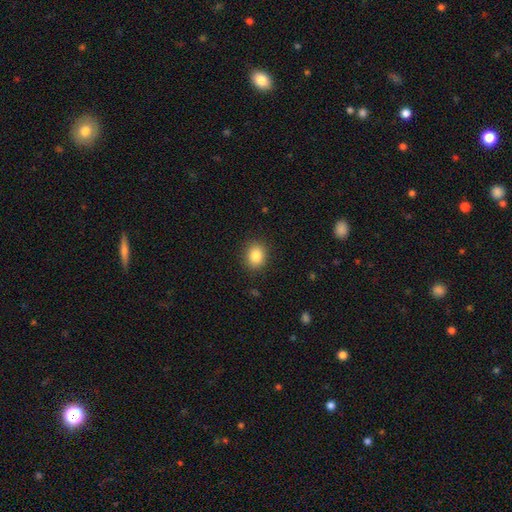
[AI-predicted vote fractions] smooth_or_featured: smooth (p=0.85) [alt: star or artifact p=0.09]
how_rounded: round (p=0.62) [alt: in between p=0.37]
merging: none (p=0.88) [alt: minor disturbance p=0.08]